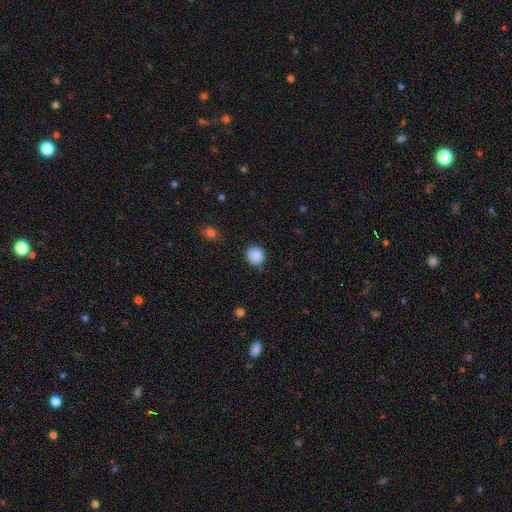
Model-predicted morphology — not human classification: Overall: smooth (88%). How rounded: round (88%). Merging: none (84%).